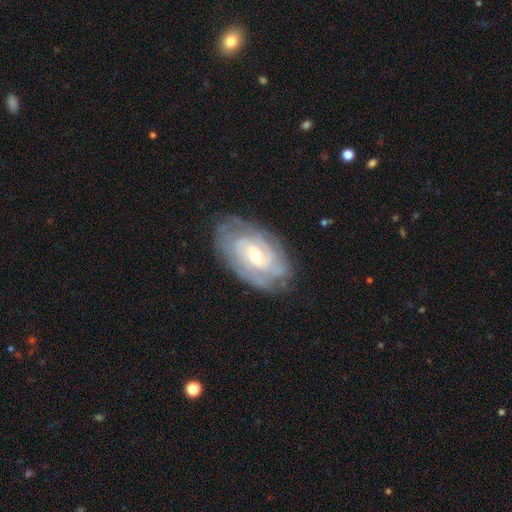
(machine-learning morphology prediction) smooth_or_featured: featured or disk (p=0.83) [alt: smooth p=0.12]
disk_edge_on: no (p=0.95) [alt: yes p=0.05]
bar: weak (p=0.48) [alt: no p=0.38]
has_spiral_arms: yes (p=0.93) [alt: no p=0.07]
spiral_winding: tight (p=0.70) [alt: medium p=0.24]
spiral_arm_count: can't tell (p=0.41) [alt: 2 p=0.26]
bulge_size: moderate (p=0.53) [alt: small p=0.43]
merging: none (p=0.75) [alt: minor disturbance p=0.18]